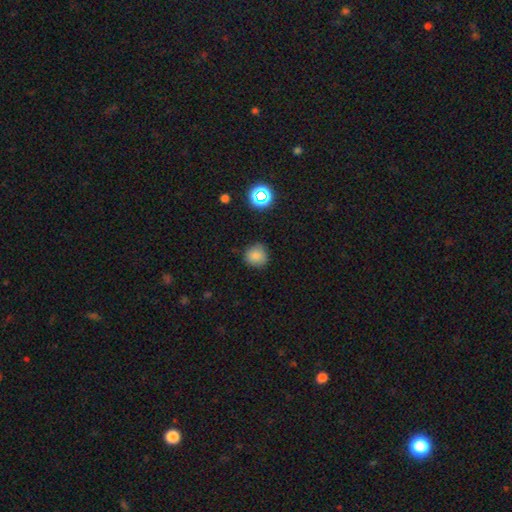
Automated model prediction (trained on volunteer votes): The model was most divided on "smooth or featured": smooth: 80%, star or artifact: 14%, featured or disk: 6%. More confident: how rounded — round (91%); merging — none (83%).